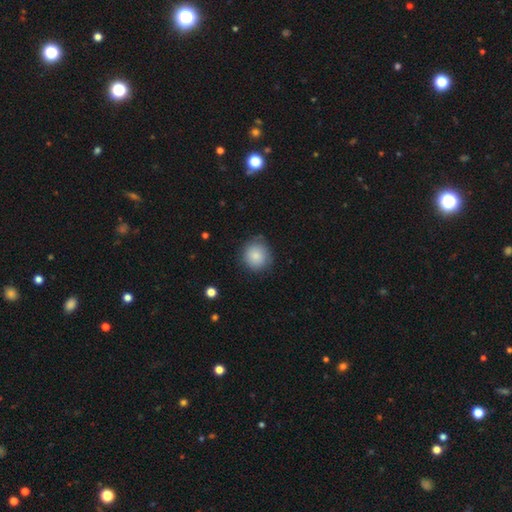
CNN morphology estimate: Smooth or featured? smooth (85%)
How rounded? round (89%)
Merging? none (79%)